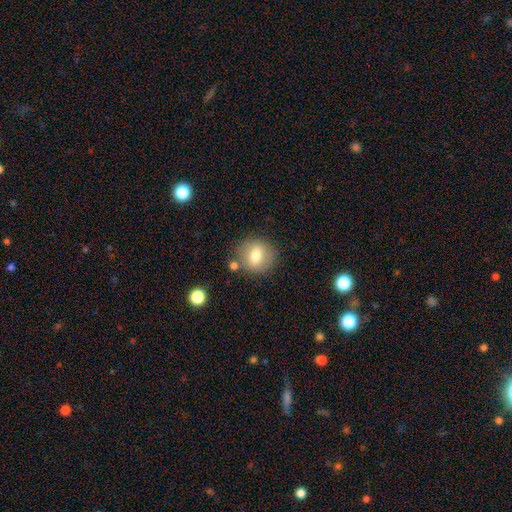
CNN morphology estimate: Smooth or featured? Predicted: smooth (p=0.70). How rounded? Predicted: round (p=0.81). Merging? Predicted: none (p=0.80).